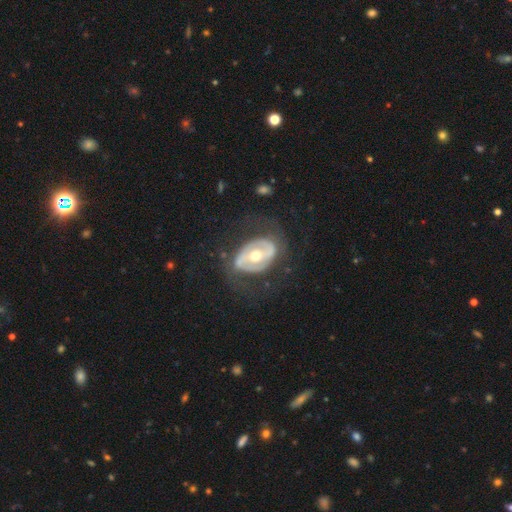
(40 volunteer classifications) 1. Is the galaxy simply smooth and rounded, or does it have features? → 75% featured or disk, 12% smooth, 12% star or artifact.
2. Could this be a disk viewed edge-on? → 90% no, 10% yes.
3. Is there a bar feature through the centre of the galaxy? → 44% strong, 37% no, 19% weak.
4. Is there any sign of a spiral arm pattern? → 63% yes, 37% no.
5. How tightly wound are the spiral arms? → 47% loose, 35% medium, 18% tight.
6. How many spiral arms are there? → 88% 2, 6% 3, 6% can't tell, 0% 1, 0% 4, 0% more than 4.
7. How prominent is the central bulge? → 67% moderate, 22% small, 7% large, 4% none, 0% dominant.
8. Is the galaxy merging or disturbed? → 60% none, 20% minor disturbance, 17% major disturbance, 3% merger.